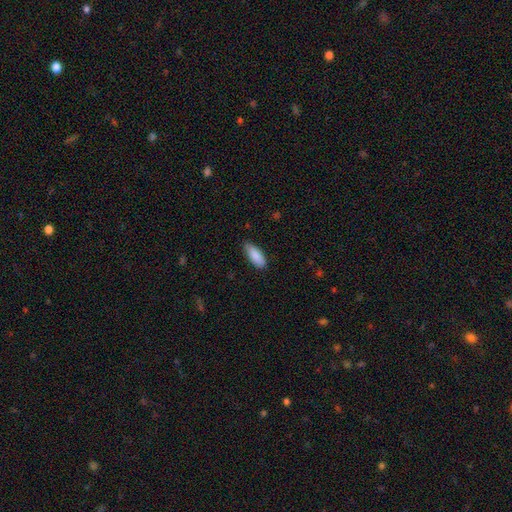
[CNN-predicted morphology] A smooth galaxy with no disk features (88%) that is in between round and cigar-shaped (77%).

Vote fractions:
- Smooth or featured? smooth: 88% / star or artifact: 6% / featured or disk: 6%
- How rounded? in between: 77% / cigar-shaped: 21% / round: 2%
- Merging? none: 81% / minor disturbance: 16% / major disturbance: 2% / merger: 1%